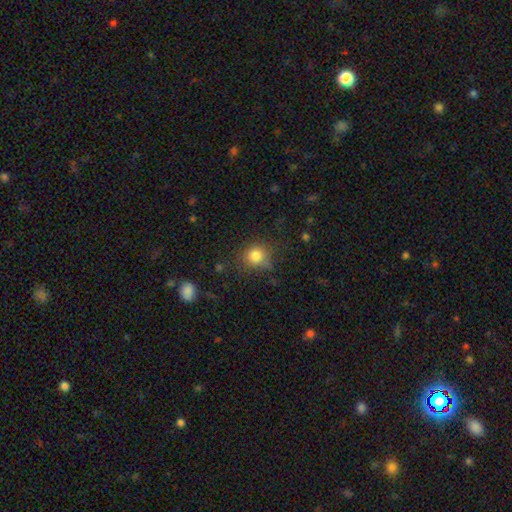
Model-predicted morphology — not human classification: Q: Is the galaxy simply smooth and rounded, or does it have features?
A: smooth — 81%.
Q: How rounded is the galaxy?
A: round — 85%.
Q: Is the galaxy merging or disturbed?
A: none — 75%.